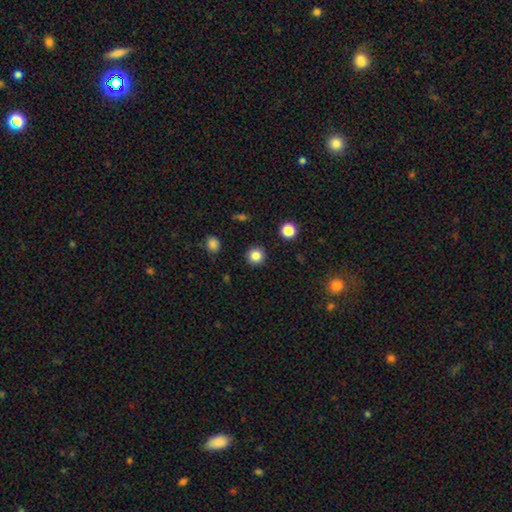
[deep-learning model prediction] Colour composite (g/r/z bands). It shows a smooth galaxy with no disk features (84%) that is round (94%). Merging: none (92%).